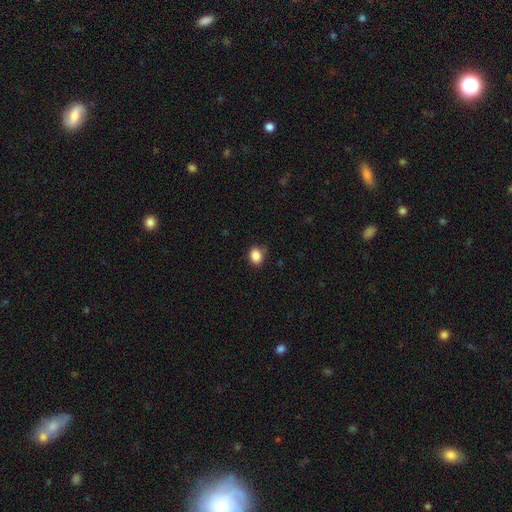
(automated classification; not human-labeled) This is clearly a smooth galaxy (86%). How rounded: possibly round (50%). Merging: likely none (76%).